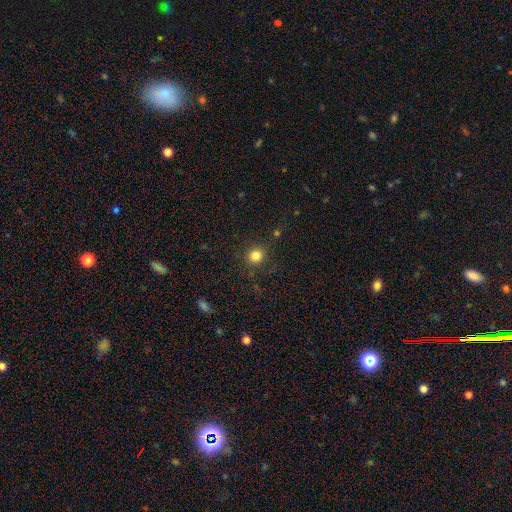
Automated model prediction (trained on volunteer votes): Q: Smooth or featured?
A: smooth (81%); runner-up: star or artifact (14%)
Q: How rounded?
A: round (92%); runner-up: in between (7%)
Q: Merging?
A: none (88%); runner-up: minor disturbance (7%)